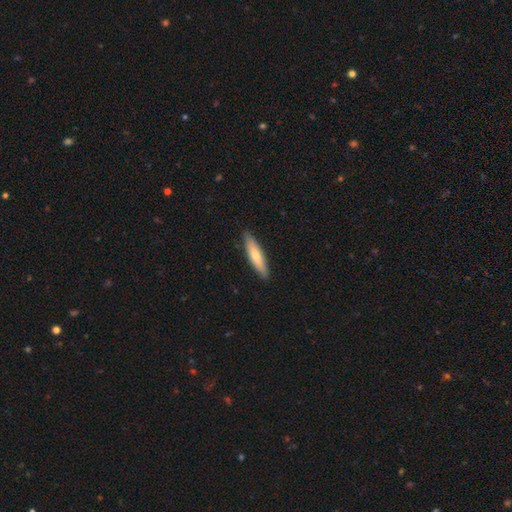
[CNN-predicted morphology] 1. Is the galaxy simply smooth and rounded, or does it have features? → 64% smooth, 31% featured or disk, 5% star or artifact.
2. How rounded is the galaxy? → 81% cigar-shaped, 18% in between, 1% round.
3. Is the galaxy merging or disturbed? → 89% none, 9% minor disturbance, 2% major disturbance, 1% merger.